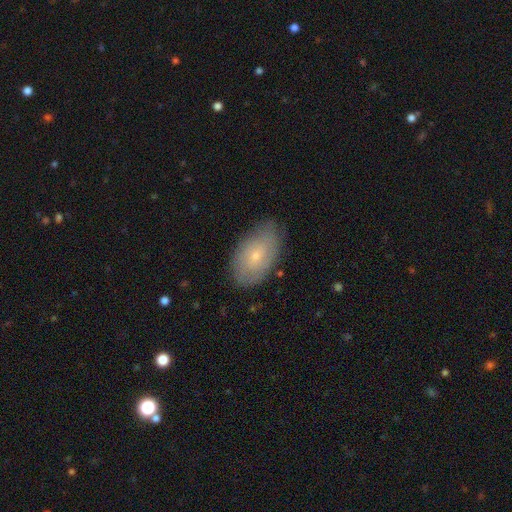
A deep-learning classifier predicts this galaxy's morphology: Q: Smooth or featured?
A: featured or disk (47%); runner-up: smooth (46%)
Q: Merging?
A: none (77%); runner-up: minor disturbance (18%)